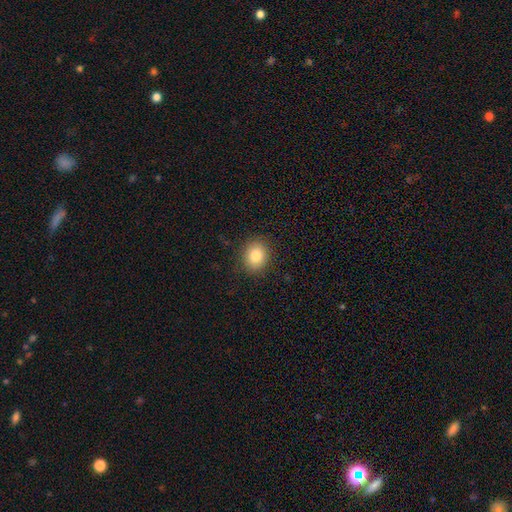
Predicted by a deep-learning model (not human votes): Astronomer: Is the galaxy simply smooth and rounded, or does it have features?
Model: smooth — 82%.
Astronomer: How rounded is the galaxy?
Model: round — 63%.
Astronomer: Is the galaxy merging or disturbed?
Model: none — 88%.